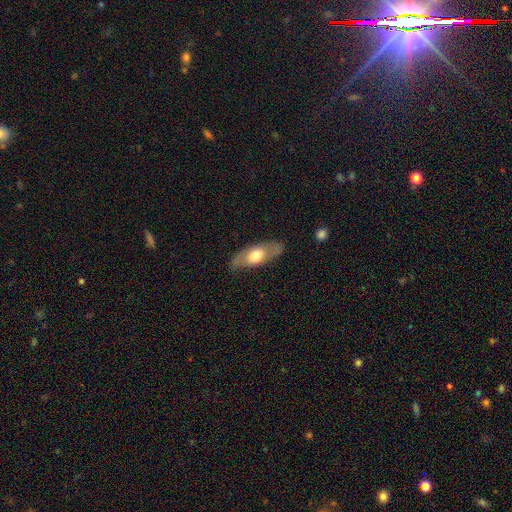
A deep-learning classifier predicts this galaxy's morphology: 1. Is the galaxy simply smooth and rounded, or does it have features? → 48% featured or disk, 46% smooth, 6% star or artifact.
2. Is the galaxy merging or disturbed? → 81% none, 14% minor disturbance, 4% major disturbance, 1% merger.